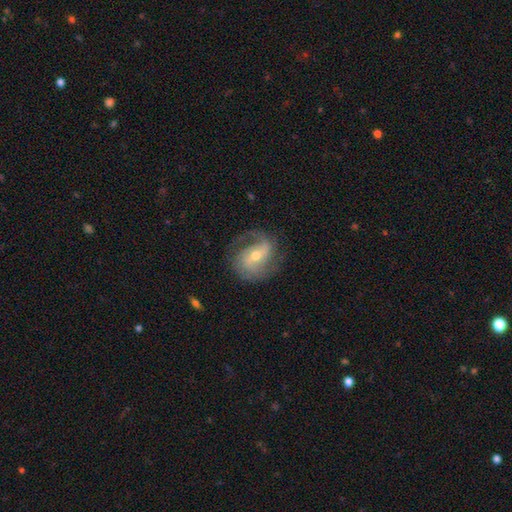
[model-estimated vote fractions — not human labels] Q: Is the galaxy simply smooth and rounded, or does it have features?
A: featured or disk — 85%.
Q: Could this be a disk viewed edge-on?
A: no — 97%.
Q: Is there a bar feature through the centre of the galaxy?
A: weak — 43%.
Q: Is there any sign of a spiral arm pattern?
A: yes — 95%.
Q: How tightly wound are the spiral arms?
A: medium — 47%.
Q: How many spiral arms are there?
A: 2 — 73%.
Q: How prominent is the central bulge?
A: moderate — 55%.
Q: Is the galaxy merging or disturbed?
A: none — 73%.